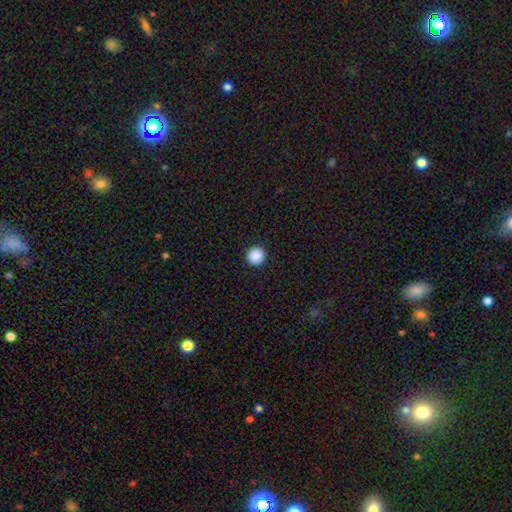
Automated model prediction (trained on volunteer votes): smooth_or_featured: smooth (p=0.89) [alt: star or artifact p=0.09]
how_rounded: round (p=0.95) [alt: in between p=0.04]
merging: none (p=0.93) [alt: minor disturbance p=0.04]